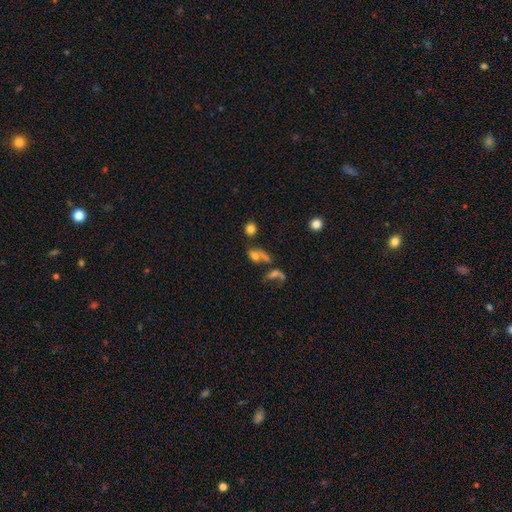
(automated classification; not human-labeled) Smooth or featured?
  - smooth: 61% *
  - featured or disk: 22%
  - star or artifact: 17%
How rounded?
  - in between: 60% *
  - round: 34%
  - cigar-shaped: 6%
Merging?
  - merger: 41% *
  - none: 32%
  - major disturbance: 15%
  - minor disturbance: 12%